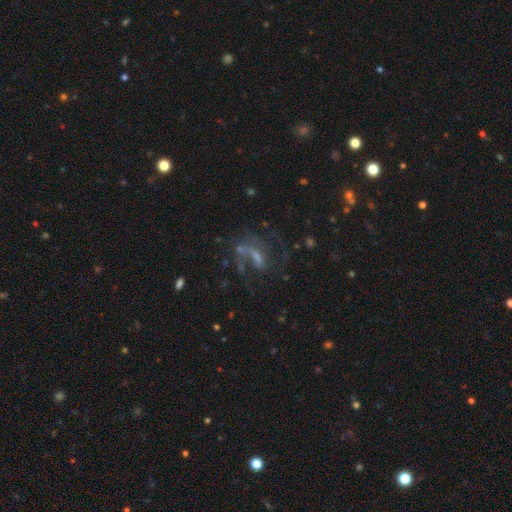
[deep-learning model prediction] featured or disk 66%, smooth 17%, star or artifact 16%. Down the decision tree: edge-on disk — no (95%); bar — weak (41%); spiral arms — yes (77%); bulge size — none (36%); merging — none (42%).